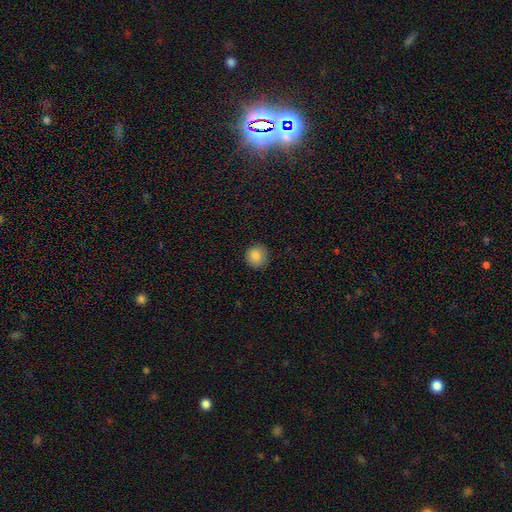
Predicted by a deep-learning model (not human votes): Q: Smooth or featured?
A: smooth (86%); runner-up: star or artifact (9%)
Q: How rounded?
A: round (90%); runner-up: in between (9%)
Q: Merging?
A: none (89%); runner-up: minor disturbance (8%)